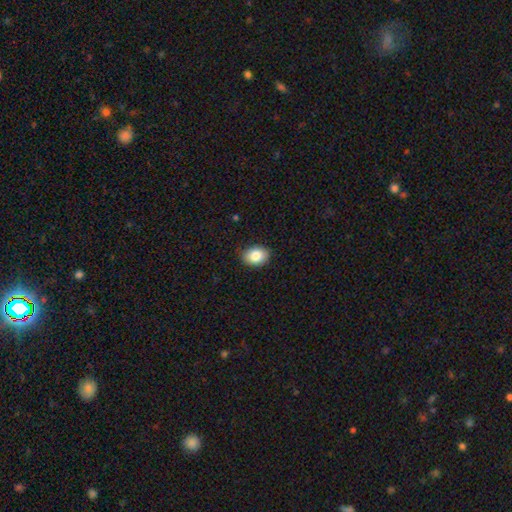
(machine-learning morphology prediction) type=smooth (85%); roundness=in between (71%); merging=none (88%).